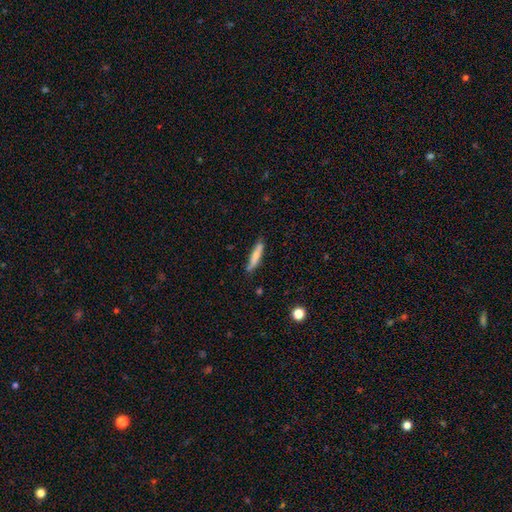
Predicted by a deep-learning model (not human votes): Morphology: type=smooth (72%); roundness=cigar-shaped (88%); merging=none (80%).